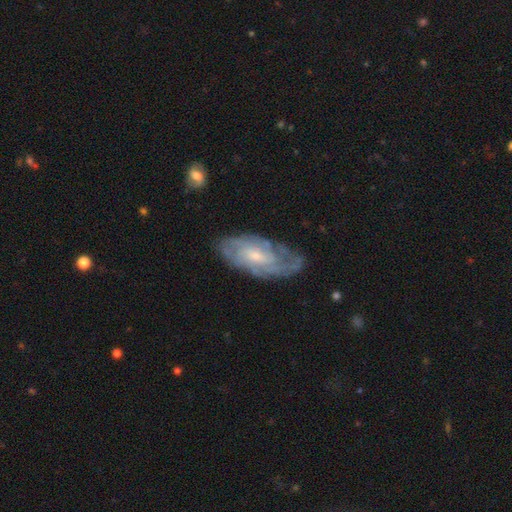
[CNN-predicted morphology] Smooth or featured? Predicted: featured or disk (p=0.76). Edge-on disk? Predicted: no (p=0.92). Bar? Predicted: no (p=0.57). Spiral arms? Predicted: yes (p=0.88). Spiral winding? Predicted: tight (p=0.57). Spiral arm count? Predicted: can't tell (p=0.52). Bulge size? Predicted: small (p=0.54). Merging? Predicted: none (p=0.68).